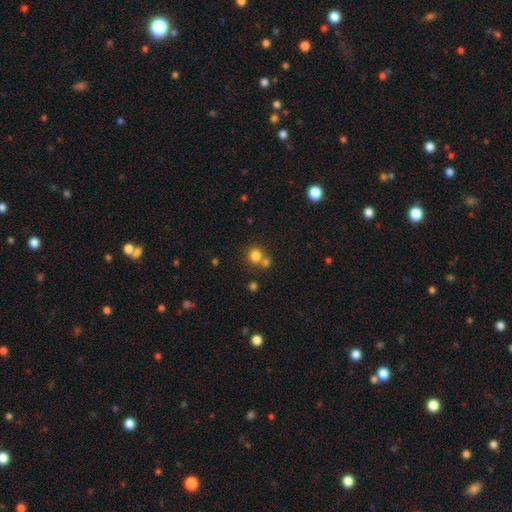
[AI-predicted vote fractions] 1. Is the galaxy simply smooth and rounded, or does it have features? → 80% smooth, 13% star or artifact, 7% featured or disk.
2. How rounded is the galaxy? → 86% round, 13% in between, 1% cigar-shaped.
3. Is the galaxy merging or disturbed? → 56% none, 34% merger, 7% minor disturbance, 3% major disturbance.